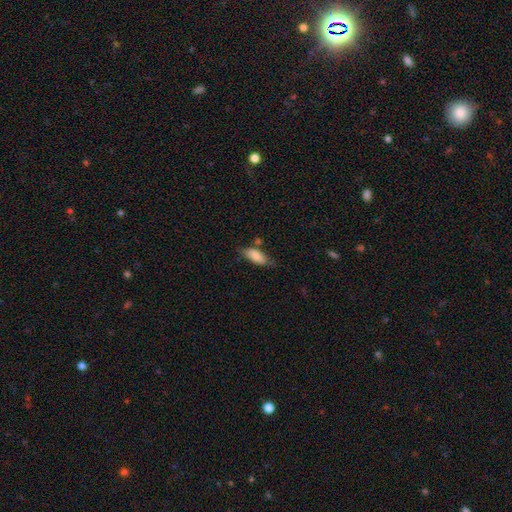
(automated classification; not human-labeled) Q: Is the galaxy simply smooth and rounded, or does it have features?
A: smooth — 83%.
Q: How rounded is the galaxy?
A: in between — 75%.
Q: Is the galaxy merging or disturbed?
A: none — 59%.